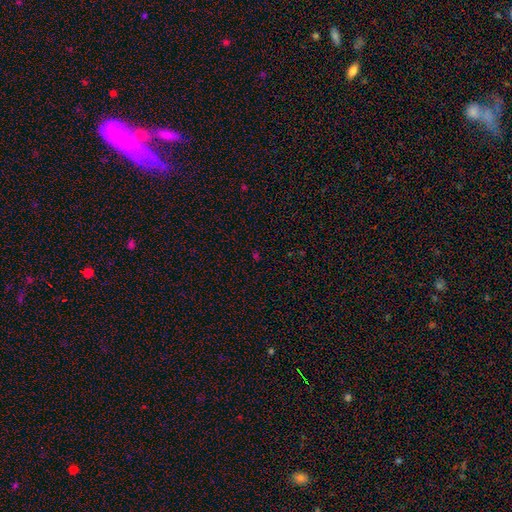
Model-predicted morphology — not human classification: Overall: star or artifact (58%; smooth 36%).